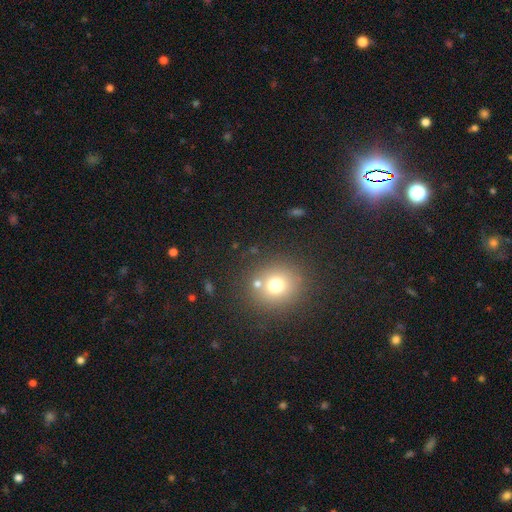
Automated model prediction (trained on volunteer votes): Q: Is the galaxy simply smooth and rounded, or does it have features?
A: smooth — 53%.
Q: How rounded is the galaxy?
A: round — 89%.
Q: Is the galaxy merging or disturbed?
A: none — 82%.